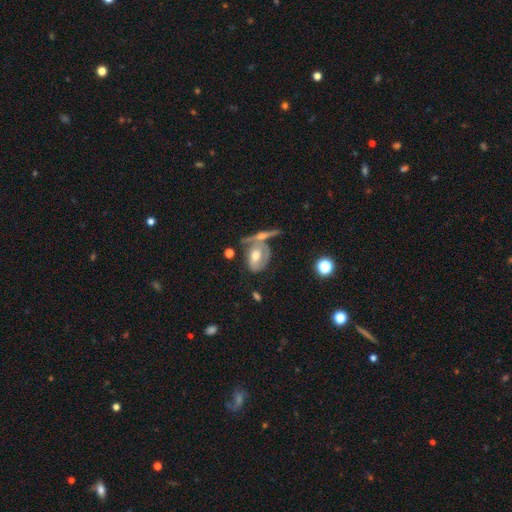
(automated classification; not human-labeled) Overall: featured or disk (56%; smooth 36%). Edge-on disk: no (84%). Merging: none (39%; merger 32%).